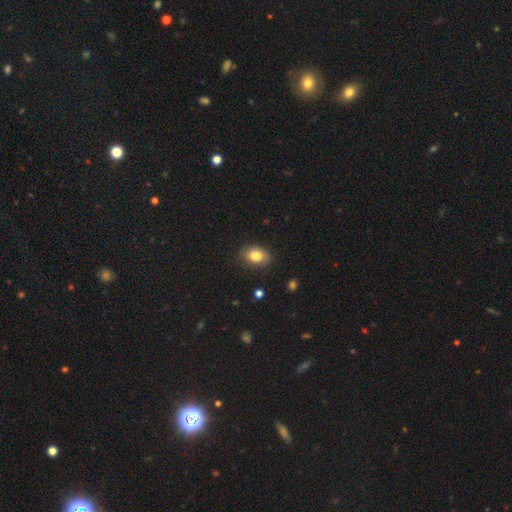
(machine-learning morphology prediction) Smooth or featured? smooth (82%)
How rounded? in between (79%)
Merging? none (81%)